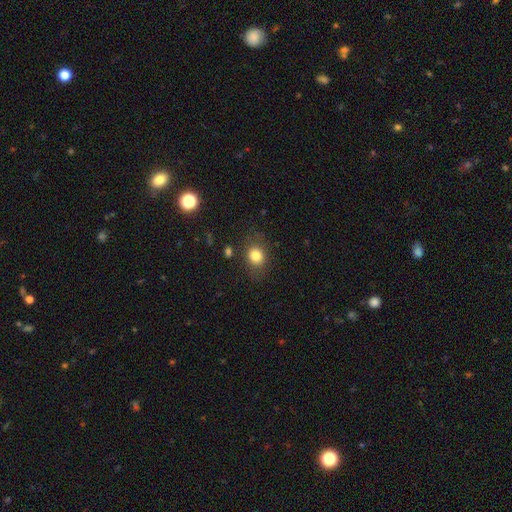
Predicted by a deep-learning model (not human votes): This is clearly a smooth galaxy (82%). How rounded: possibly round (54%). Merging: likely none (77%).